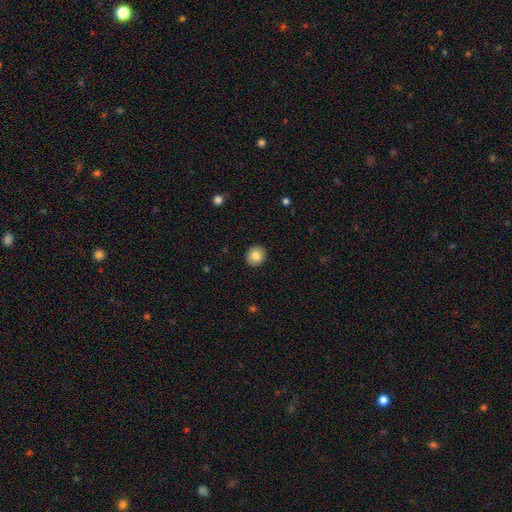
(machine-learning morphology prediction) Smooth or featured? Predicted: smooth (p=0.82). How rounded? Predicted: round (p=0.87). Merging? Predicted: none (p=0.92).